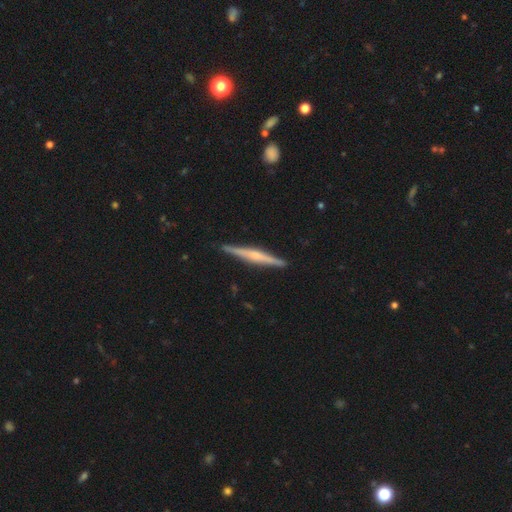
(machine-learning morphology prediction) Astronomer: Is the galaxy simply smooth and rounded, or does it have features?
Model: featured or disk — 72%.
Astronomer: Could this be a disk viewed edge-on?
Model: yes — 98%.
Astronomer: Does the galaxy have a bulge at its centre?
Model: rounded — 60%.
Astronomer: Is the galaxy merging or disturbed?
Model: none — 91%.